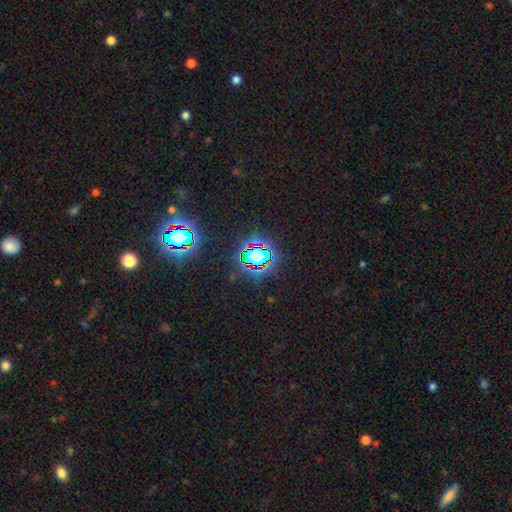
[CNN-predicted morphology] This appears to be a star or artifact, not a galaxy (74%).